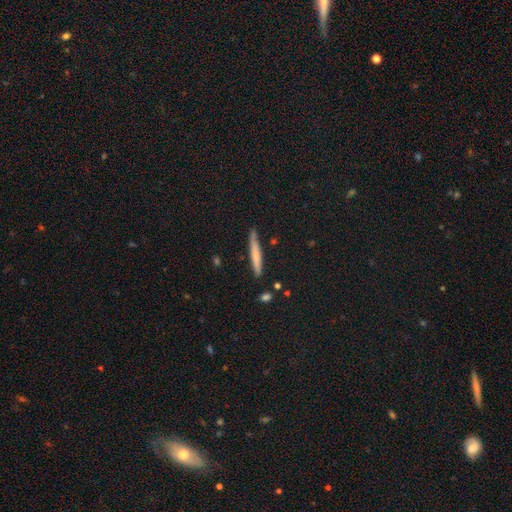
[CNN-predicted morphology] This is likely a smooth galaxy (66%). How rounded: clearly cigar-shaped (96%). Merging: clearly none (83%).